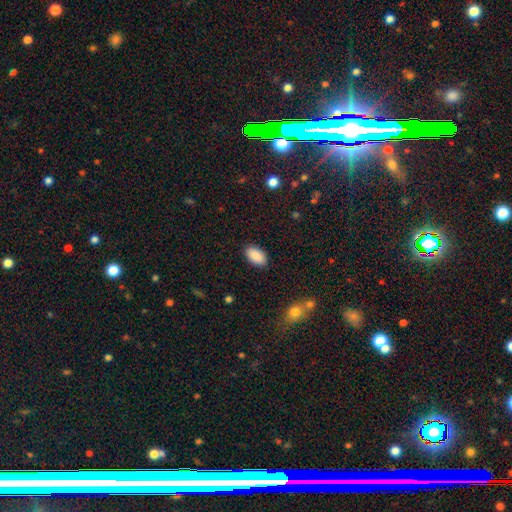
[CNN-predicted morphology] Smooth or featured? smooth (91%)
How rounded? in between (95%)
Merging? none (89%)